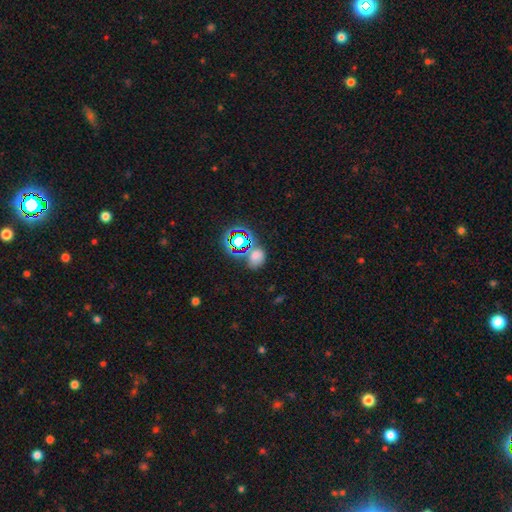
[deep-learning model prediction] smooth_or_featured: smooth (p=0.56) [alt: star or artifact p=0.35]
how_rounded: in between (p=0.54) [alt: round p=0.44]
merging: none (p=0.61) [alt: merger p=0.17]